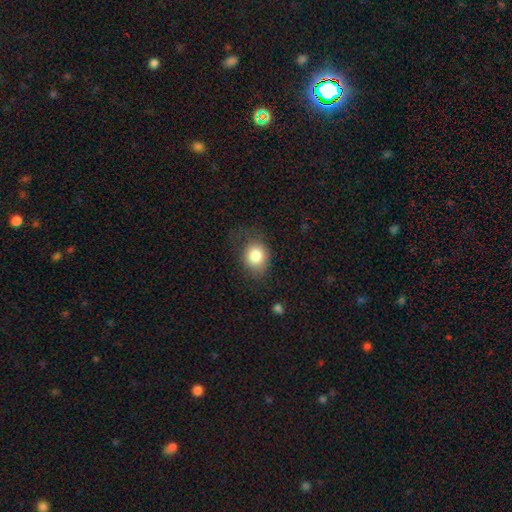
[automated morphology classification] Overall: smooth (82%). How rounded: round (59%; in between 40%). Merging: none (66%).